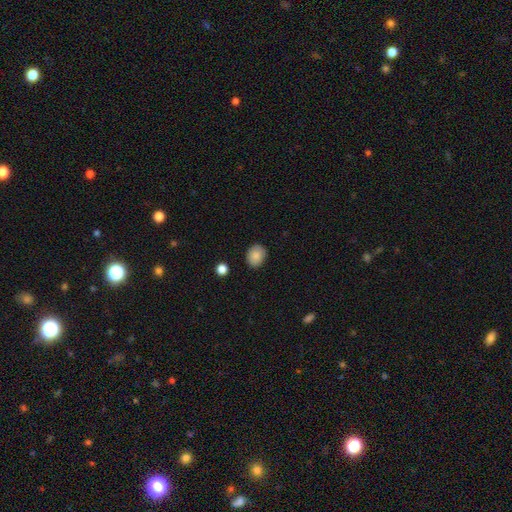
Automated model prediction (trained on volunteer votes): smooth-or-featured: smooth: 87% | star or artifact: 8% | featured or disk: 5%
  how-rounded: round: 50% | in between: 49% | cigar-shaped: 1%
  merging: none: 86% | minor disturbance: 10% | major disturbance: 2% | merger: 1%